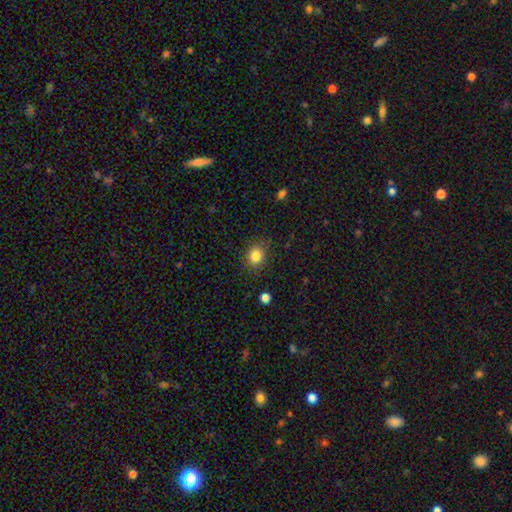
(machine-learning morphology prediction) Smooth or featured?
  - smooth: 84% *
  - star or artifact: 11%
  - featured or disk: 6%
How rounded?
  - round: 65% *
  - in between: 34%
  - cigar-shaped: 1%
Merging?
  - none: 85% *
  - minor disturbance: 11%
  - major disturbance: 3%
  - merger: 1%